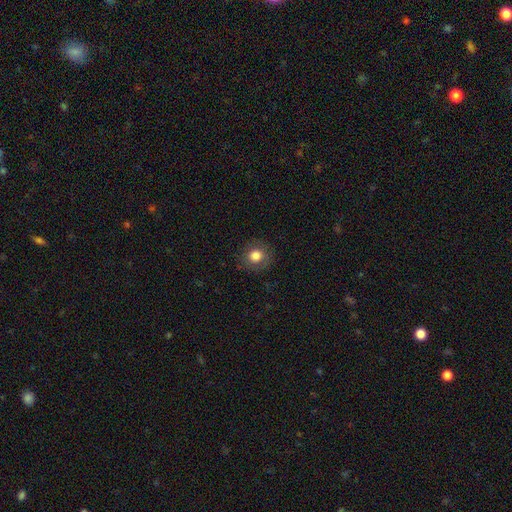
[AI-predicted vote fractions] The model was most divided on "smooth or featured": smooth: 80%, featured or disk: 10%, star or artifact: 10%. More confident: how rounded — round (88%); merging — none (87%).